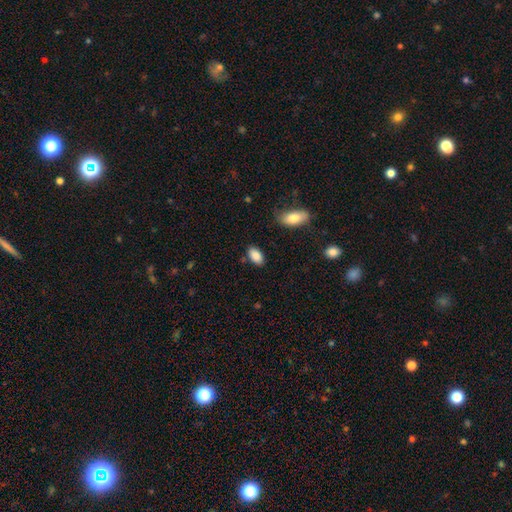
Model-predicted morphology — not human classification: Q: Smooth or featured?
A: smooth (89%); runner-up: star or artifact (7%)
Q: How rounded?
A: in between (93%); runner-up: round (4%)
Q: Merging?
A: none (83%); runner-up: minor disturbance (12%)